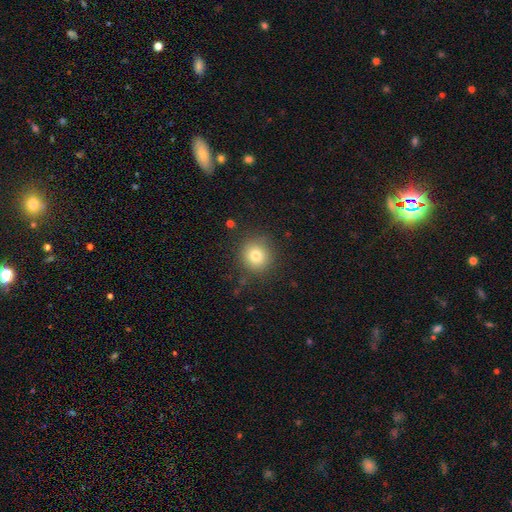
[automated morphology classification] Smooth or featured?
  - smooth: 79% *
  - star or artifact: 12%
  - featured or disk: 9%
How rounded?
  - round: 90% *
  - in between: 9%
  - cigar-shaped: 1%
Merging?
  - none: 87% *
  - minor disturbance: 9%
  - major disturbance: 3%
  - merger: 1%